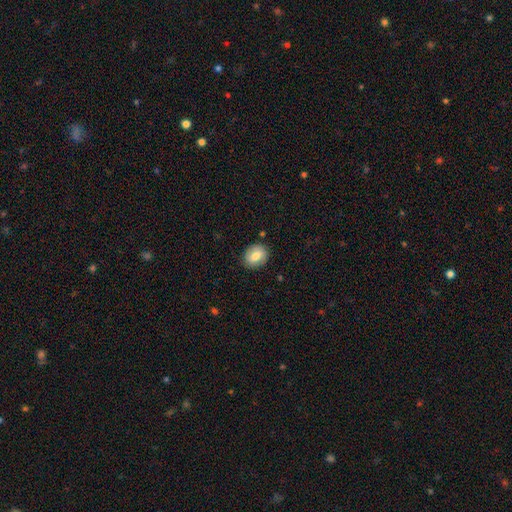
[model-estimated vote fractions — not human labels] Smooth or featured? Predicted: smooth (p=0.71). How rounded? Predicted: round (p=0.58). Merging? Predicted: none (p=0.85).